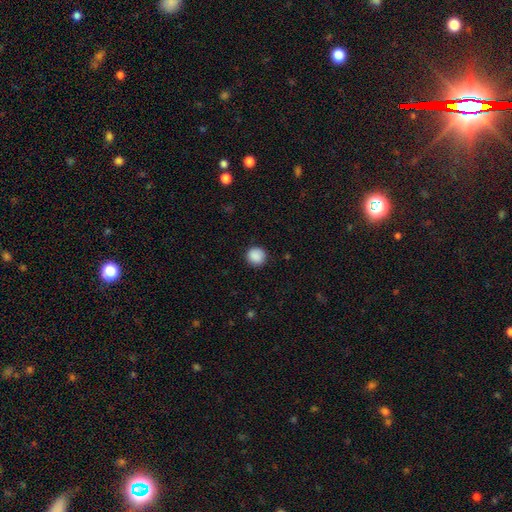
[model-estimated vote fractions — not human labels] Overall: smooth (89%). How rounded: round (94%). Merging: none (91%).